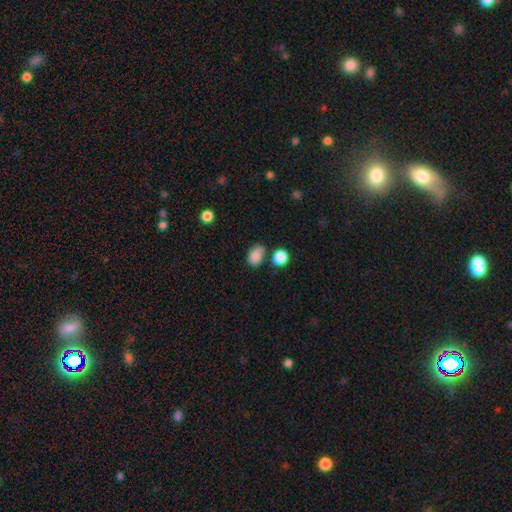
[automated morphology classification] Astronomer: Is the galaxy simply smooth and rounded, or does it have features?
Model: smooth — 85%.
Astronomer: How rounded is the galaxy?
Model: in between — 75%.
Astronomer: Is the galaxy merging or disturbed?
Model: none — 57%.